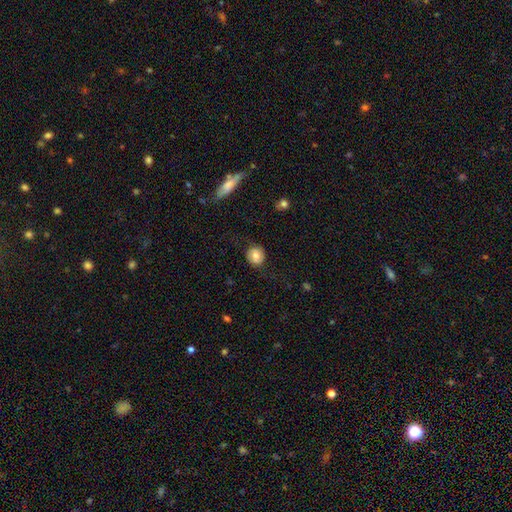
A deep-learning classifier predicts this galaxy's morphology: Smooth or featured? smooth (75%)
How rounded? round (78%)
Merging? none (80%)